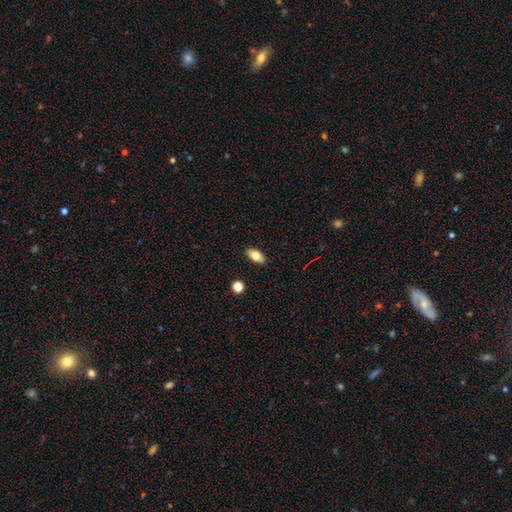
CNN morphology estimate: The model was most divided on "smooth or featured": smooth: 77%, featured or disk: 15%, star or artifact: 8%. More confident: merging — none (89%); how rounded — in between (89%).